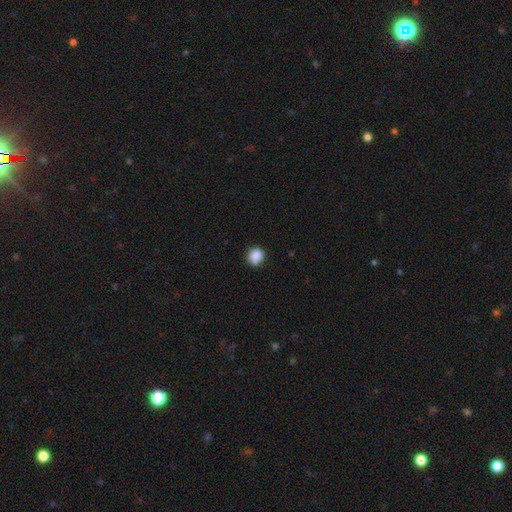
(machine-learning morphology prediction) A smooth galaxy with no disk features (86%) that is round (84%).

Vote fractions:
- Smooth or featured? smooth: 86% / star or artifact: 10% / featured or disk: 5%
- How rounded? round: 84% / in between: 15% / cigar-shaped: 1%
- Merging? none: 72% / minor disturbance: 20% / merger: 4% / major disturbance: 4%